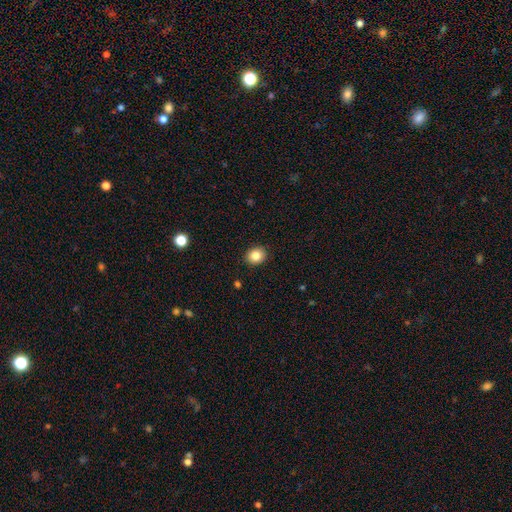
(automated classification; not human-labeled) A smooth galaxy with no disk features (84%) that is round (63%). Merging: none (90%).